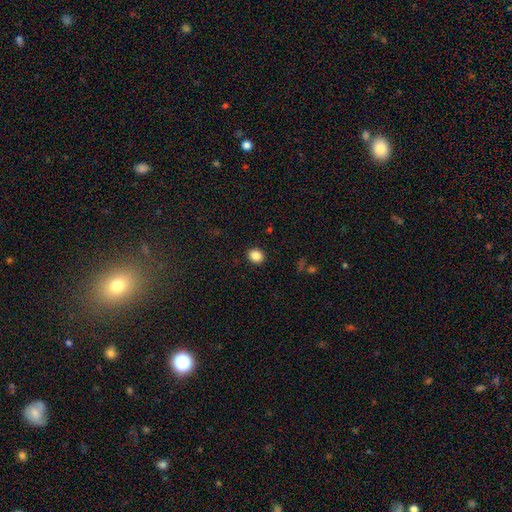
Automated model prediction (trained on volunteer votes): A smooth galaxy with no disk features (86%) that is round (67%).

Vote fractions:
- Smooth or featured? smooth: 86% / star or artifact: 10% / featured or disk: 4%
- How rounded? round: 67% / in between: 32% / cigar-shaped: 1%
- Merging? none: 91% / minor disturbance: 6% / major disturbance: 2% / merger: 1%